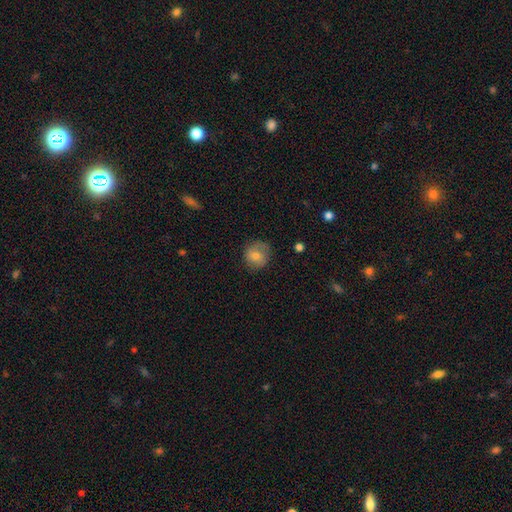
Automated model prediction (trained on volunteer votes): smooth-or-featured: smooth: 72% | featured or disk: 20% | star or artifact: 8%
  how-rounded: round: 82% | in between: 17% | cigar-shaped: 1%
  merging: none: 68% | minor disturbance: 22% | major disturbance: 8% | merger: 1%